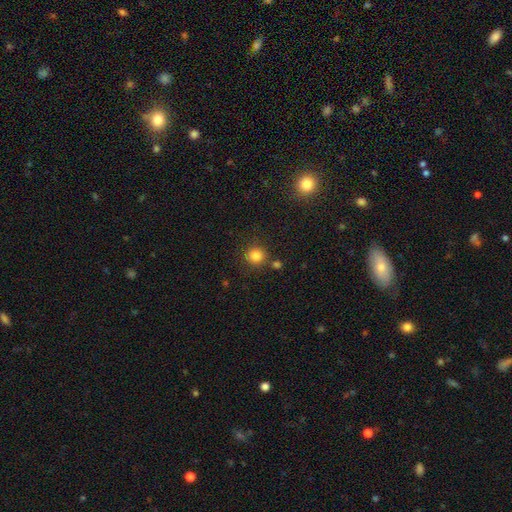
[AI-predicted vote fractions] Q: Smooth or featured?
A: smooth (83%); runner-up: star or artifact (12%)
Q: How rounded?
A: round (91%); runner-up: in between (8%)
Q: Merging?
A: none (81%); runner-up: minor disturbance (8%)